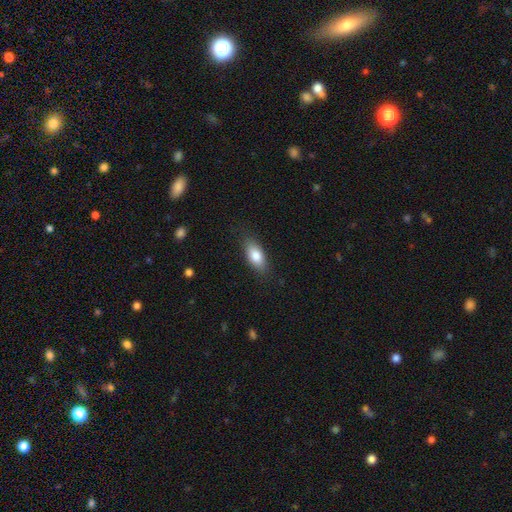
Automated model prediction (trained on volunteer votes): A smooth galaxy with no disk features (82%) that is in between round and cigar-shaped (85%). Merging: none (83%).